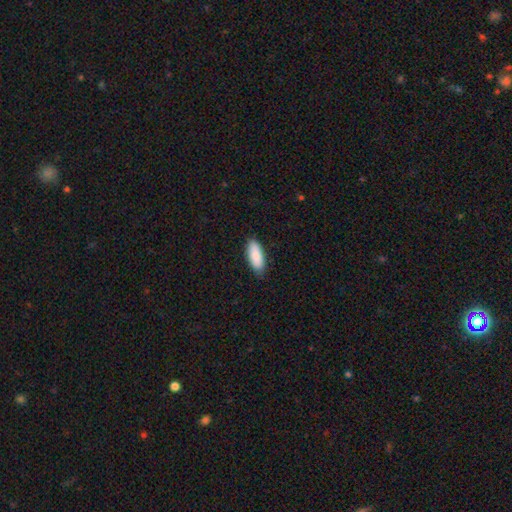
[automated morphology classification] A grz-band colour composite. It shows a smooth galaxy with no disk features (87%) that is in between round and cigar-shaped (79%). Merging: none (85%).